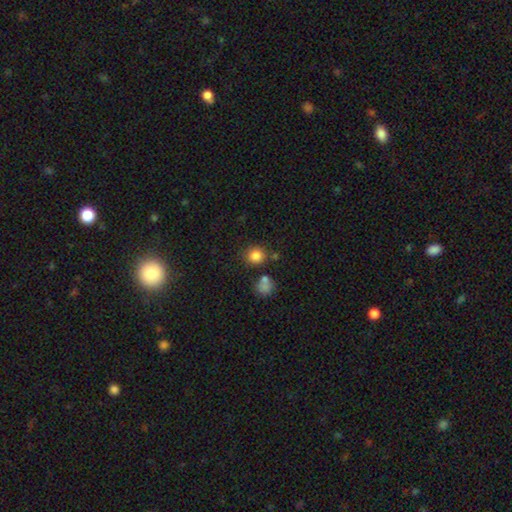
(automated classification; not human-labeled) Morphology: type=smooth (83%); roundness=round (86%); merging=none (77%).